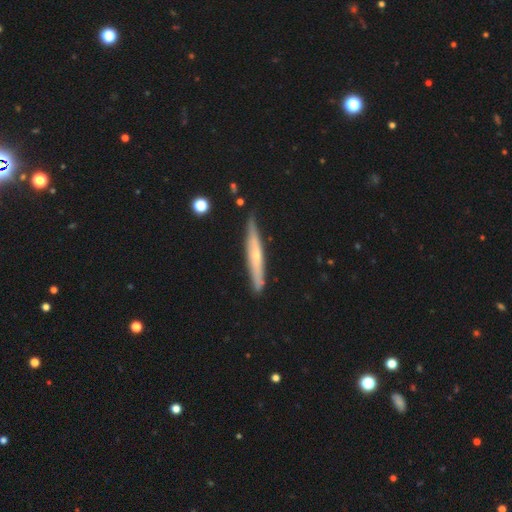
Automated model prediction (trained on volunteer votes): A featured or disk galaxy (58%) viewed edge-on (90%) with a rounded central bulge (55%).

Vote fractions:
- Smooth or featured? featured or disk: 58% / smooth: 36% / star or artifact: 6%
- Edge-on disk? yes: 90% / no: 10%
- Edge-on bulge? rounded: 55% / none: 40% / boxy: 5%
- Merging? none: 79% / minor disturbance: 16% / major disturbance: 2% / merger: 2%